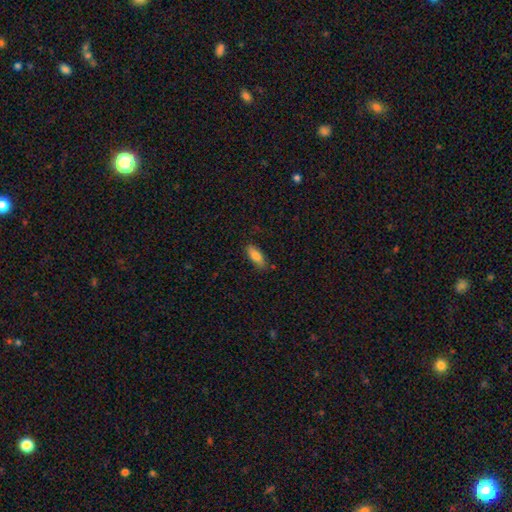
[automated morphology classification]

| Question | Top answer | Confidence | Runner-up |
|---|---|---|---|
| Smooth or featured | smooth | 82% | featured or disk (12%) |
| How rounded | in between | 71% | cigar-shaped (27%) |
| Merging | none | 81% | minor disturbance (14%) |